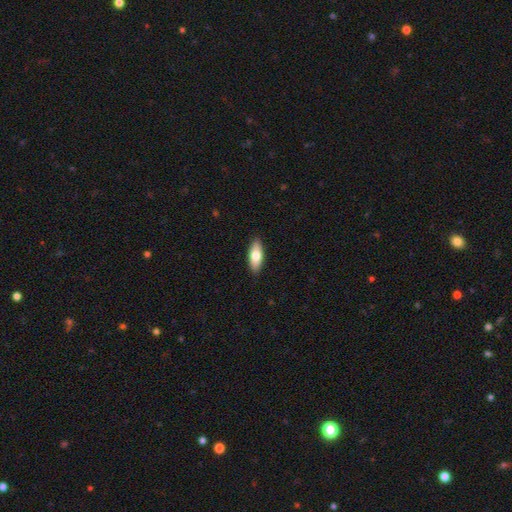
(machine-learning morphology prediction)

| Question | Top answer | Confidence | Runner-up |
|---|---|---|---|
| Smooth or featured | smooth | 74% | featured or disk (20%) |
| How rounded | in between | 73% | cigar-shaped (25%) |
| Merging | none | 90% | minor disturbance (8%) |